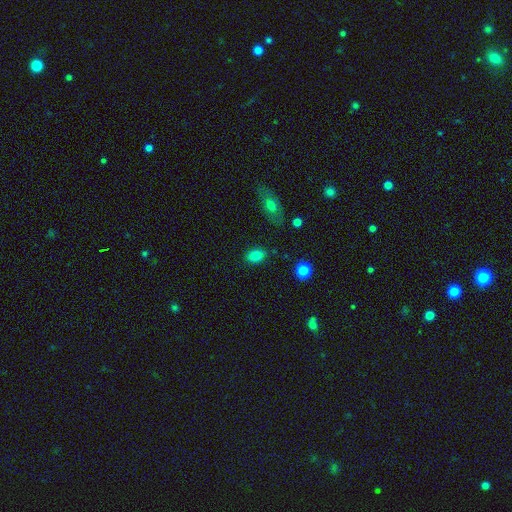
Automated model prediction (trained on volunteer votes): Smooth or featured? Predicted: smooth (p=0.83). How rounded? Predicted: in between (p=0.81). Merging? Predicted: none (p=0.84).